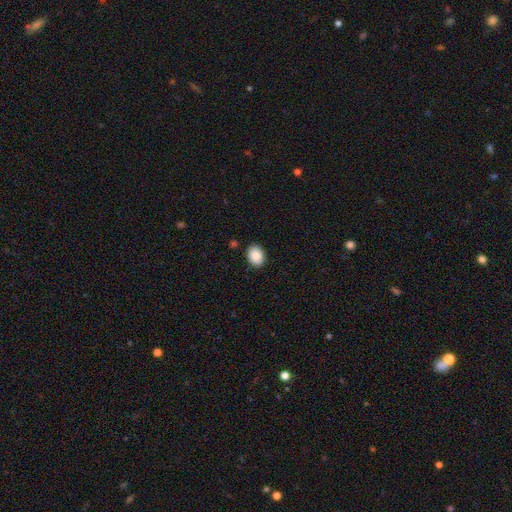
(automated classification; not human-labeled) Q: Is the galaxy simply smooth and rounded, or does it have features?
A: smooth — 89%.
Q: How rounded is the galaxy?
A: in between — 68%.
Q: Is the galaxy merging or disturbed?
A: none — 88%.